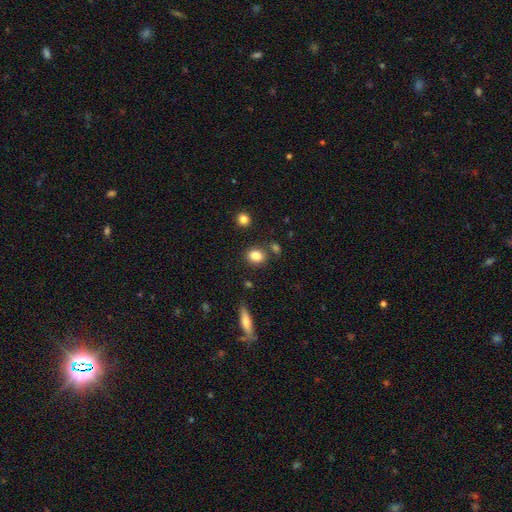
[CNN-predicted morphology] Q: Smooth or featured?
A: smooth (84%); runner-up: star or artifact (10%)
Q: How rounded?
A: round (57%); runner-up: in between (42%)
Q: Merging?
A: none (80%); runner-up: minor disturbance (10%)